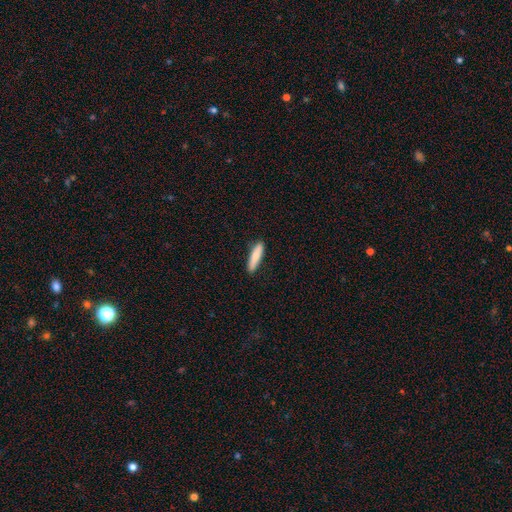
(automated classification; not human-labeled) This is clearly a smooth galaxy (81%). How rounded: clearly cigar-shaped (83%). Merging: clearly none (88%).